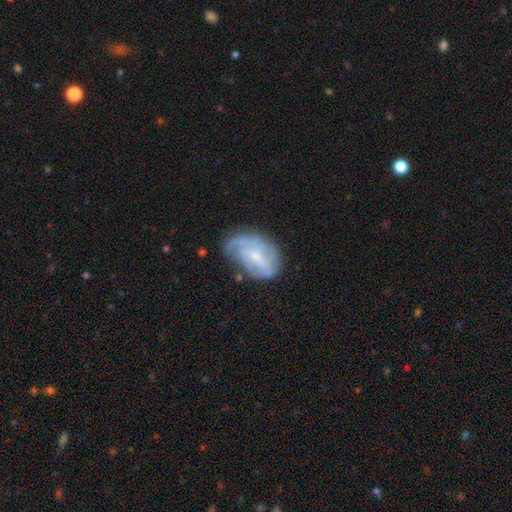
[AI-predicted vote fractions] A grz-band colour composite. It shows a featured or disk galaxy (71%) with a weak bar (47%), tight (42%) spiral arms (80%) and a small central bulge (56%). Merging: none (48%).